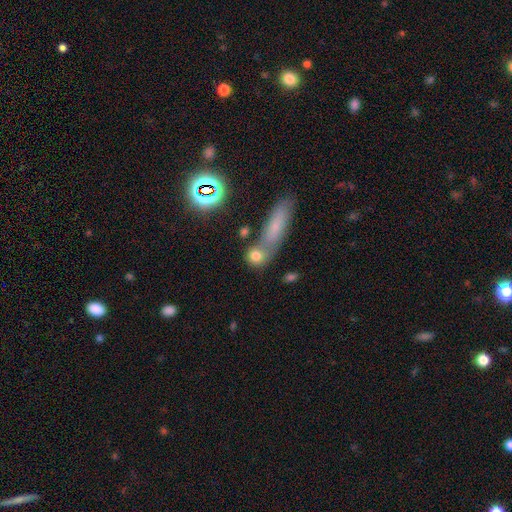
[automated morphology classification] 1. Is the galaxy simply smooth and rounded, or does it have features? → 76% smooth, 13% star or artifact, 11% featured or disk.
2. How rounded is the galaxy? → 64% round, 25% in between, 10% cigar-shaped.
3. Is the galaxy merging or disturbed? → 51% none, 31% merger, 12% minor disturbance, 6% major disturbance.